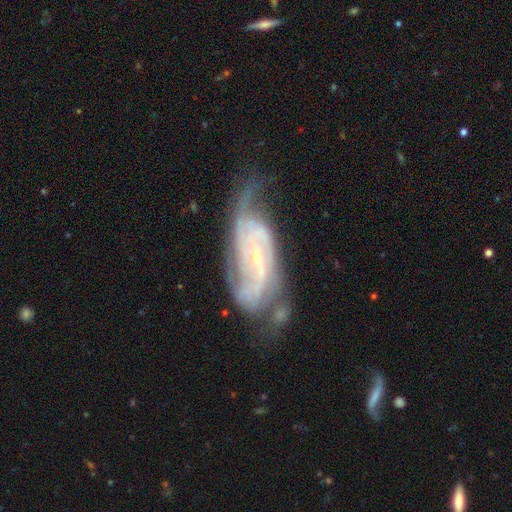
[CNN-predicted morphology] This appears to be a featured or disk galaxy (87%) with no bar (42%), 2 (34%) tight (46%) spiral arms (96%) and a small central bulge (78%). Merging: none (49%).